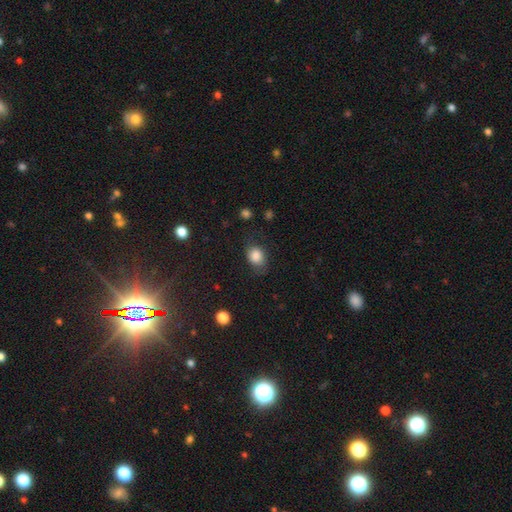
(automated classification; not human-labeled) A smooth galaxy with no disk features (84%) that is in between round and cigar-shaped (57%).

Vote fractions:
- Smooth or featured? smooth: 84% / star or artifact: 9% / featured or disk: 7%
- How rounded? in between: 57% / round: 42% / cigar-shaped: 1%
- Merging? none: 69% / minor disturbance: 22% / major disturbance: 8% / merger: 1%